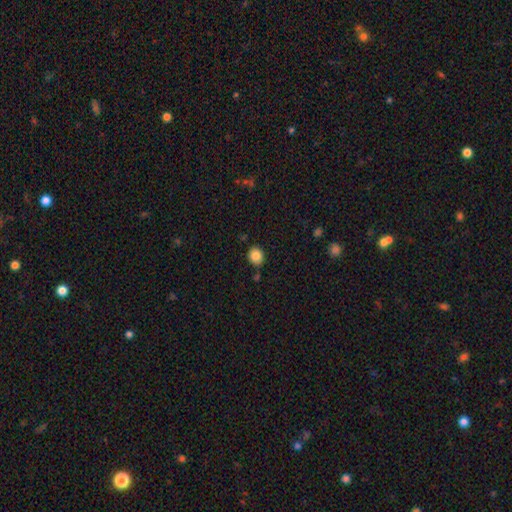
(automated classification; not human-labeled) smooth-or-featured: smooth: 85% | star or artifact: 10% | featured or disk: 5%
  how-rounded: round: 77% | in between: 23% | cigar-shaped: 1%
  merging: none: 83% | minor disturbance: 10% | merger: 5% | major disturbance: 2%